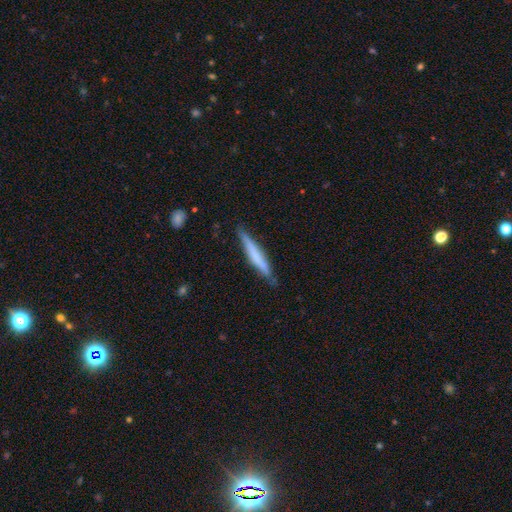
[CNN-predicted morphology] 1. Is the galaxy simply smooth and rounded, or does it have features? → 56% smooth, 38% featured or disk, 6% star or artifact.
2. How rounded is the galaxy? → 94% cigar-shaped, 4% in between, 1% round.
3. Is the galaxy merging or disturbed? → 81% none, 15% minor disturbance, 2% major disturbance, 2% merger.